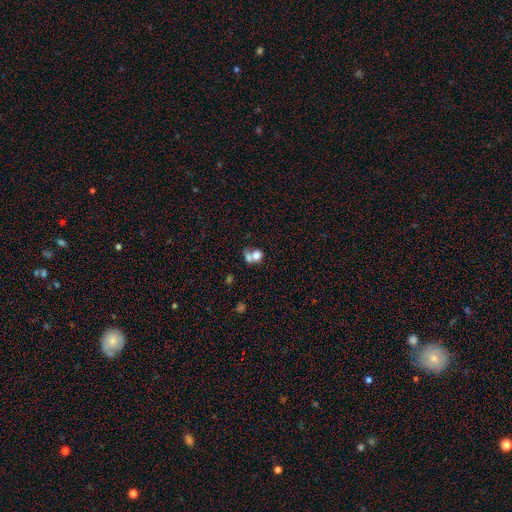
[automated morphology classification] type=smooth (72%); roundness=round (69%); merging=merger (58%).